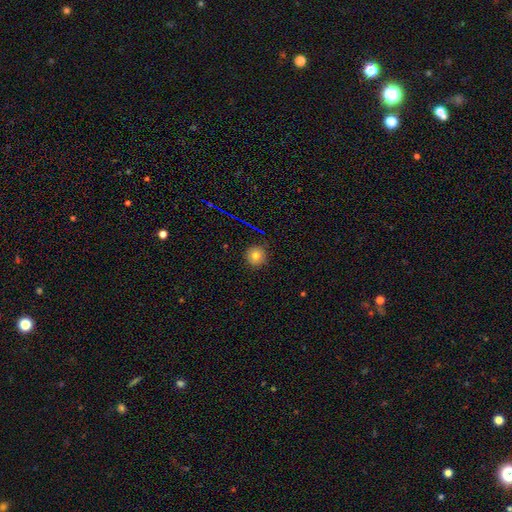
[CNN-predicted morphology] Smooth or featured: smooth — 77% (star or artifact — 14%)
How rounded: round — 93% (in between — 6%)
Merging: none — 87% (minor disturbance — 9%)